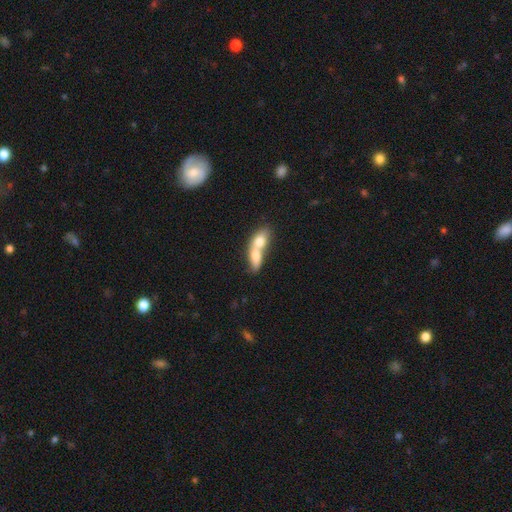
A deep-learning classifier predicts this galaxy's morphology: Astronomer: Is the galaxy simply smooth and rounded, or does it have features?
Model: smooth — 69%.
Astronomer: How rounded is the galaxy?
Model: in between — 67%.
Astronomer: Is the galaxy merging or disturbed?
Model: merger — 80%.